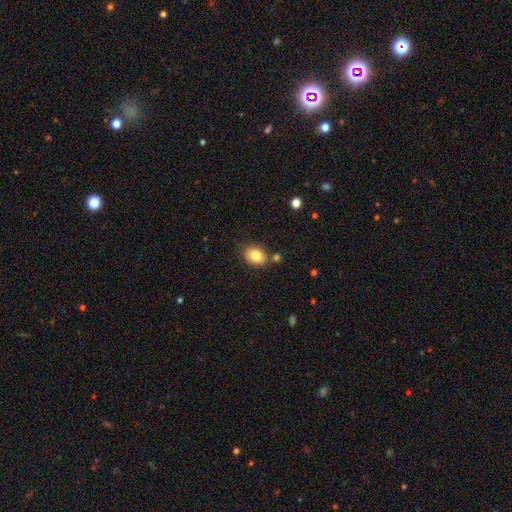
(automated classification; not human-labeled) smooth 83%, star or artifact 9%, featured or disk 8%. Down the decision tree: how rounded — in between (62%); merging — none (78%).